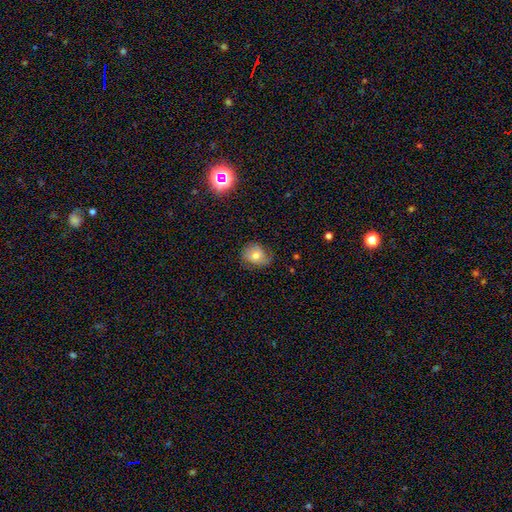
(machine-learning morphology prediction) smooth 66%, featured or disk 23%, star or artifact 11%. Down the decision tree: how rounded — round (50%); merging — none (62%).